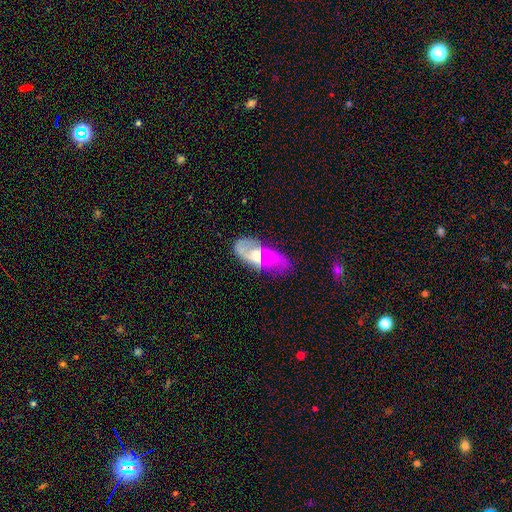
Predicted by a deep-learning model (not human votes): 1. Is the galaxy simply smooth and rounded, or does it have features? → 65% featured or disk, 27% smooth, 9% star or artifact.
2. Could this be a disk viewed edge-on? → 92% no, 8% yes.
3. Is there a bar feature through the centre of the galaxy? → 46% no, 39% weak, 14% strong.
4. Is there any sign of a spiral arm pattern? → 78% yes, 22% no.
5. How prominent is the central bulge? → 42% moderate, 36% small, 10% large, 9% none, 2% dominant.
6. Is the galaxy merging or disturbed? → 56% none, 21% minor disturbance, 16% major disturbance, 7% merger.